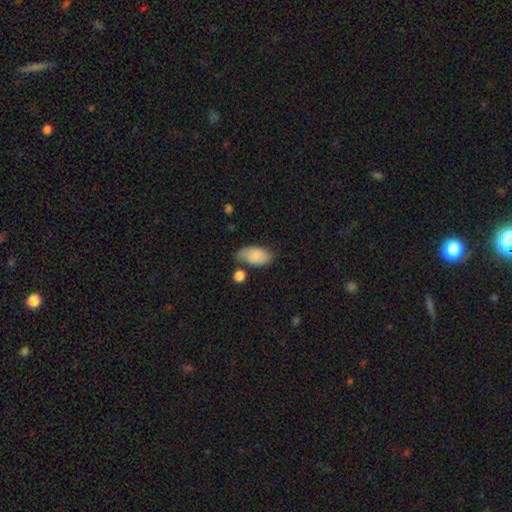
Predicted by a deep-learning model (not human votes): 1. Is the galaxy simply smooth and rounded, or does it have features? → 79% smooth, 14% featured or disk, 7% star or artifact.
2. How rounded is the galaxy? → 94% in between, 4% round, 2% cigar-shaped.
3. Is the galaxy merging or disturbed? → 57% none, 26% minor disturbance, 10% merger, 8% major disturbance.